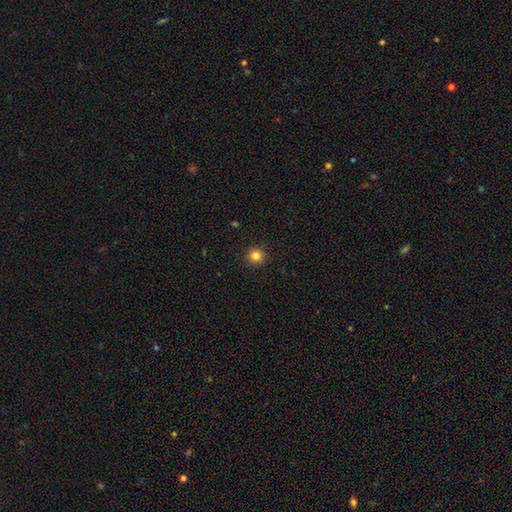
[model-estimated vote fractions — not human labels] Overall: smooth (84%). How rounded: round (93%). Merging: none (92%).